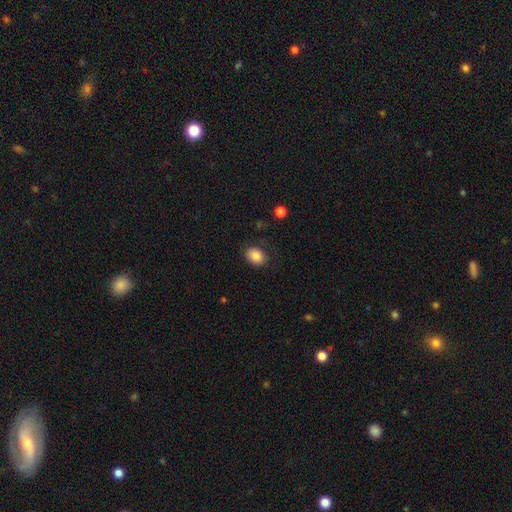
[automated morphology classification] smooth_or_featured: smooth (p=0.85) [alt: star or artifact p=0.09]
how_rounded: in between (p=0.62) [alt: round p=0.37]
merging: none (p=0.81) [alt: minor disturbance p=0.14]